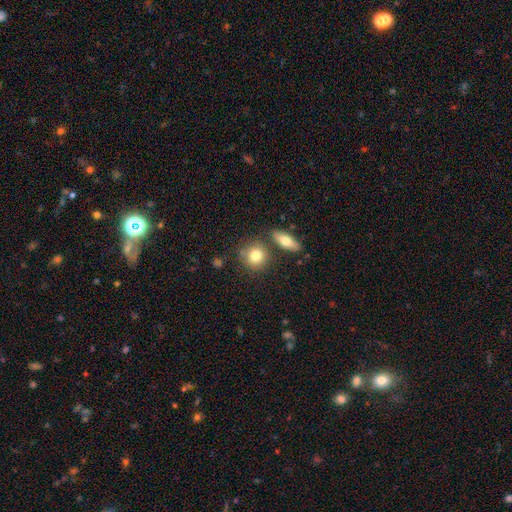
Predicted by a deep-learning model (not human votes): The model was most divided on "merging": none: 69%, merger: 17%, minor disturbance: 11%, major disturbance: 3%. More confident: smooth or featured — smooth (80%); how rounded — round (77%).